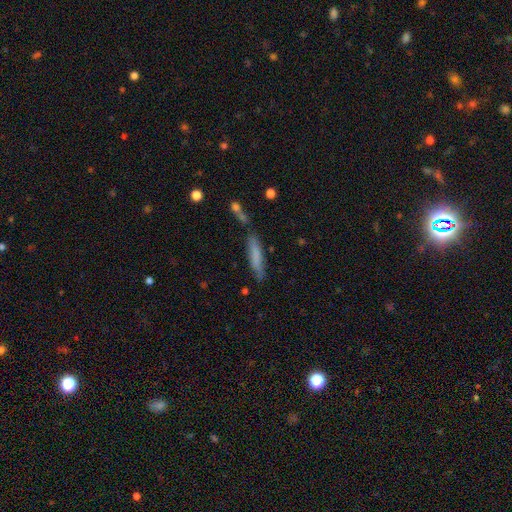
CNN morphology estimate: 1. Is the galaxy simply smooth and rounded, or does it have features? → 70% smooth, 23% featured or disk, 7% star or artifact.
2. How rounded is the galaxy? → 87% cigar-shaped, 11% in between, 1% round.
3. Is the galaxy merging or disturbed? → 67% none, 17% minor disturbance, 10% merger, 5% major disturbance.